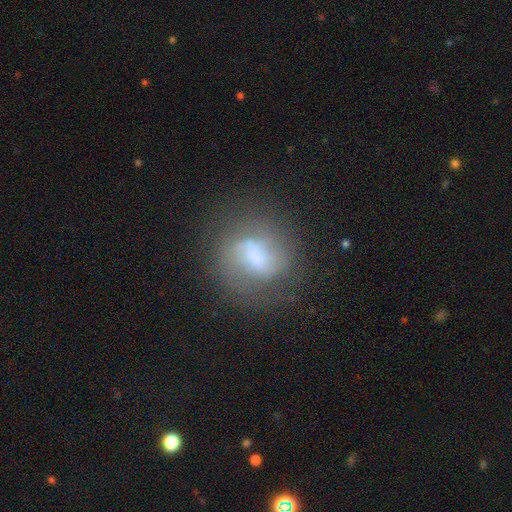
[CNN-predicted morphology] This is possibly a featured or disk galaxy (56%). It is clearly not viewed edge-on (97%). Bar: marginally weak (42%). Spiral arm pattern: likely yes (73%). Central bulge: marginally moderate (33%). Merging: likely none (61%).